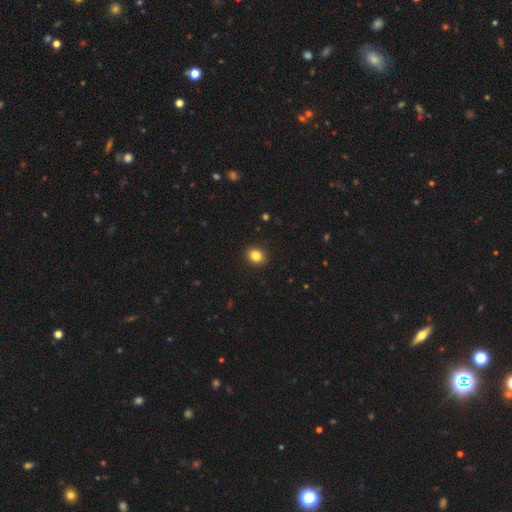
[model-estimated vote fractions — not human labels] Smooth or featured?
  - smooth: 84% *
  - star or artifact: 10%
  - featured or disk: 5%
How rounded?
  - round: 58% *
  - in between: 41%
  - cigar-shaped: 1%
Merging?
  - none: 91% *
  - minor disturbance: 6%
  - major disturbance: 2%
  - merger: 1%